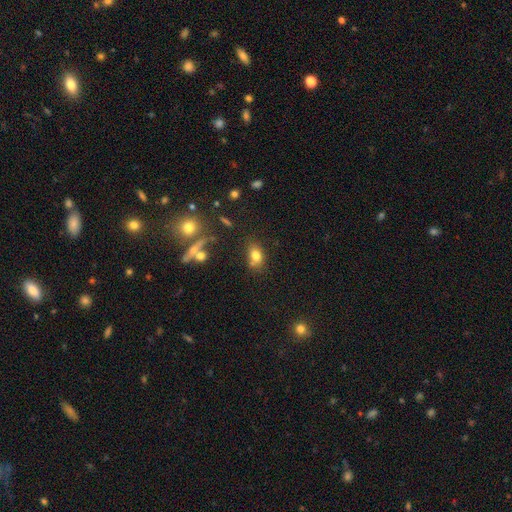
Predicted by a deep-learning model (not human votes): smooth 76%, star or artifact 13%, featured or disk 11%. Down the decision tree: how rounded — in between (74%); merging — none (60%).